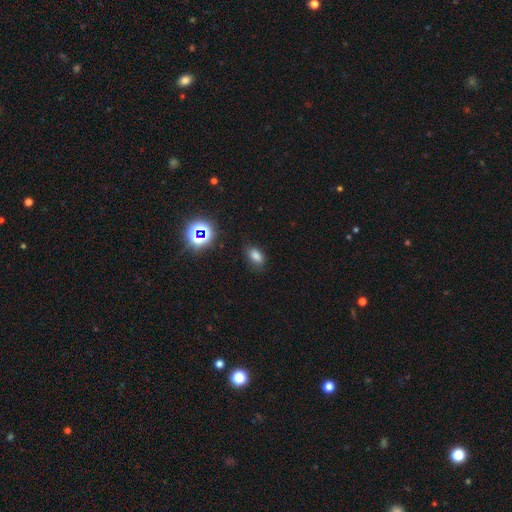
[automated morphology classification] Q: Smooth or featured?
A: smooth (75%); runner-up: star or artifact (19%)
Q: How rounded?
A: in between (87%); runner-up: round (9%)
Q: Merging?
A: none (79%); runner-up: minor disturbance (15%)